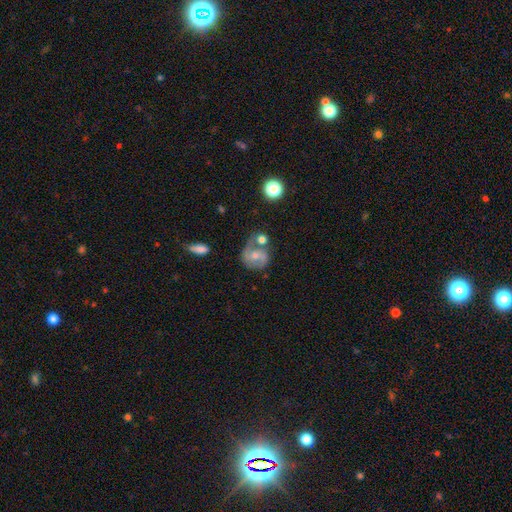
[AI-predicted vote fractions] Smooth or featured? Predicted: featured or disk (p=0.63). Edge-on disk? Predicted: no (p=0.97). Bar? Predicted: no (p=0.52). Spiral arms? Predicted: yes (p=0.84). Spiral winding? Predicted: medium (p=0.49). Spiral arm count? Predicted: 2 (p=0.80). Bulge size? Predicted: moderate (p=0.53). Merging? Predicted: none (p=0.48).